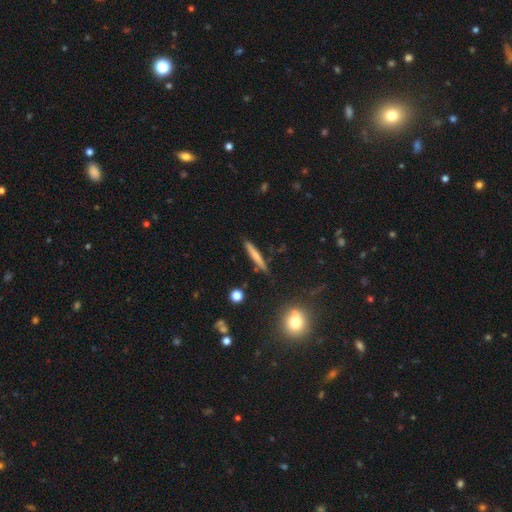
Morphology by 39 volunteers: A smooth galaxy with no disk features (62%) that is cigar-shaped (88%).

Vote fractions:
- Smooth or featured? smooth: 62% / featured or disk: 36% / star or artifact: 3%
- How rounded? cigar-shaped: 88% / in between: 8% / round: 4%
- Merging? none: 76% / minor disturbance: 16% / merger: 5% / major disturbance: 3%